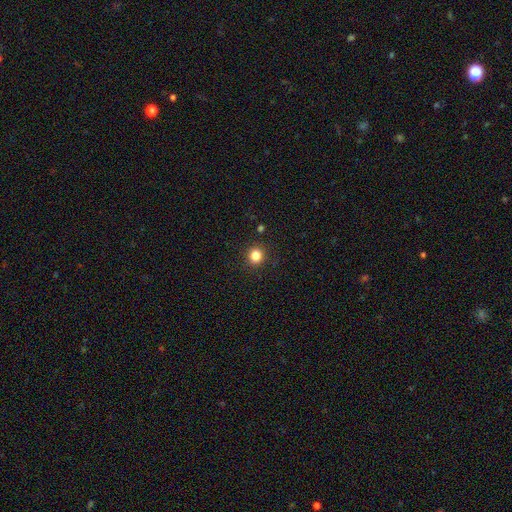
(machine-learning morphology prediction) This is clearly a smooth galaxy (83%). How rounded: clearly round (89%). Merging: clearly none (91%).